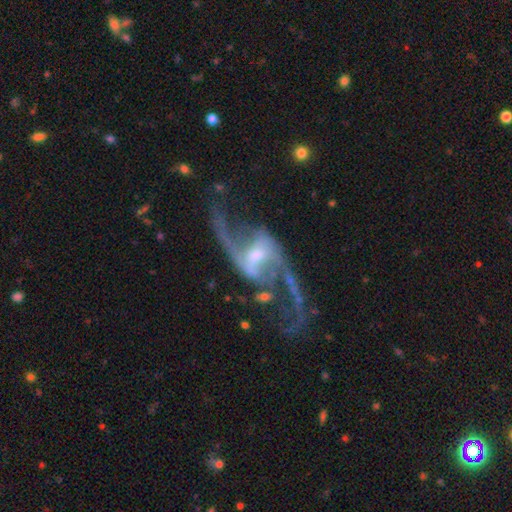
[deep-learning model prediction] smooth_or_featured: featured or disk (p=0.92) [alt: star or artifact p=0.05]
disk_edge_on: no (p=0.96) [alt: yes p=0.04]
bar: weak (p=0.45) [alt: strong p=0.33]
has_spiral_arms: yes (p=0.97) [alt: no p=0.03]
spiral_winding: loose (p=0.81) [alt: medium p=0.15]
spiral_arm_count: 2 (p=0.94) [alt: can't tell p=0.02]
bulge_size: small (p=0.46) [alt: moderate p=0.44]
merging: none (p=0.63) [alt: major disturbance p=0.16]